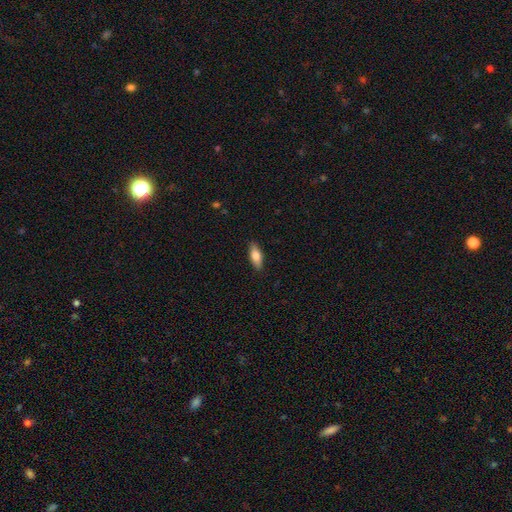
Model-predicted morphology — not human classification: This appears to be a smooth galaxy with no disk features (74%) that is in between round and cigar-shaped (71%). Merging: none (88%).